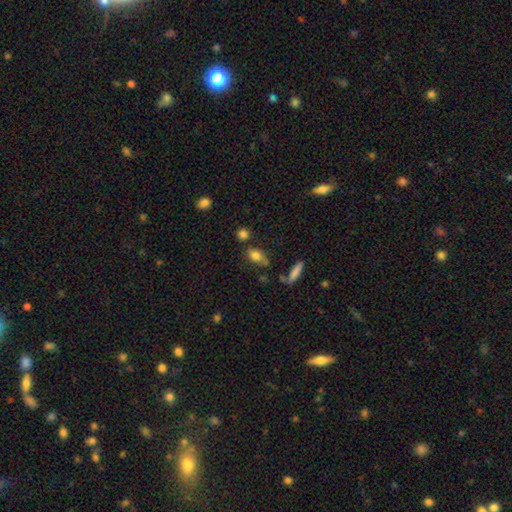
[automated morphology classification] smooth_or_featured: smooth (p=0.79) [alt: featured or disk p=0.11]
how_rounded: in between (p=0.77) [alt: round p=0.14]
merging: none (p=0.65) [alt: minor disturbance p=0.18]